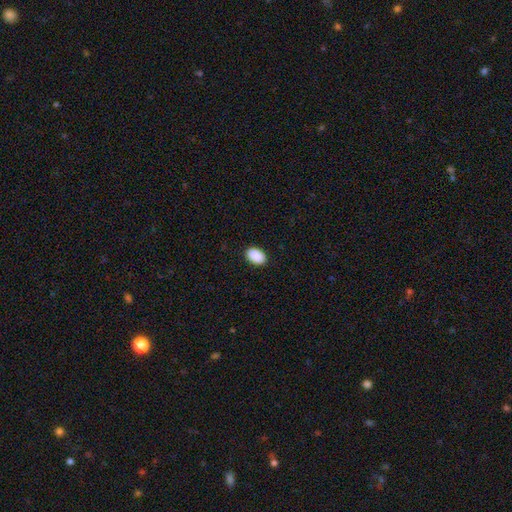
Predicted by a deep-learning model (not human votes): Smooth or featured? smooth (91%)
How rounded? in between (89%)
Merging? none (90%)